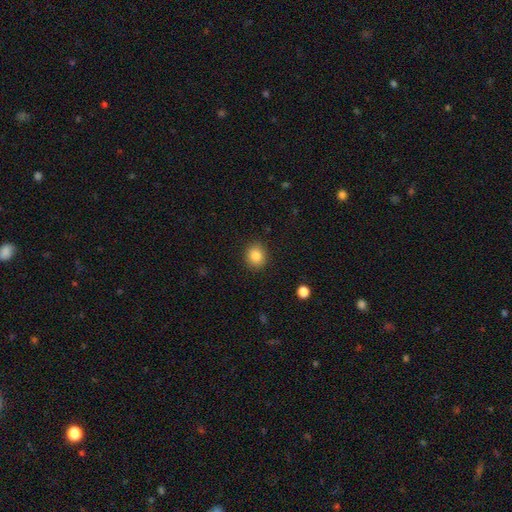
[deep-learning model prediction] This is clearly a smooth galaxy (84%). How rounded: likely round (74%). Merging: clearly none (89%).